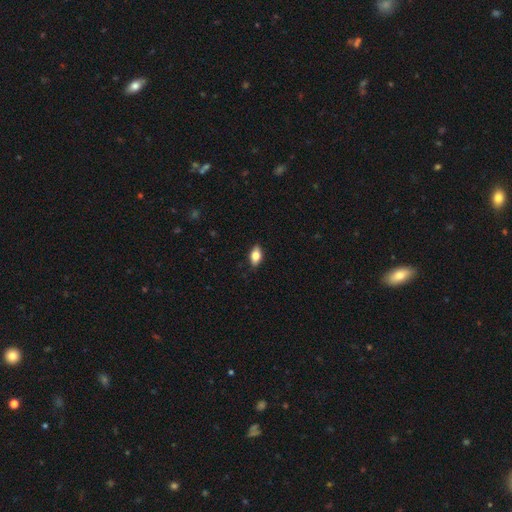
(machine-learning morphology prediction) Overall: smooth (76%). How rounded: in between (88%). Merging: none (87%).